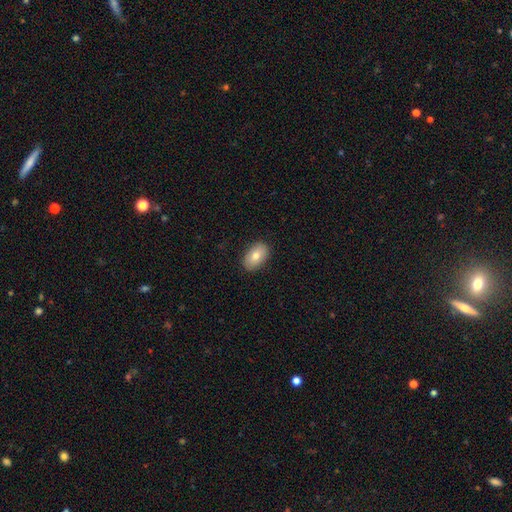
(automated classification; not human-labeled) A smooth galaxy with no disk features (77%) that is in between round and cigar-shaped (90%).

Vote fractions:
- Smooth or featured? smooth: 77% / featured or disk: 16% / star or artifact: 7%
- How rounded? in between: 90% / round: 8% / cigar-shaped: 1%
- Merging? none: 88% / minor disturbance: 9% / major disturbance: 2% / merger: 1%